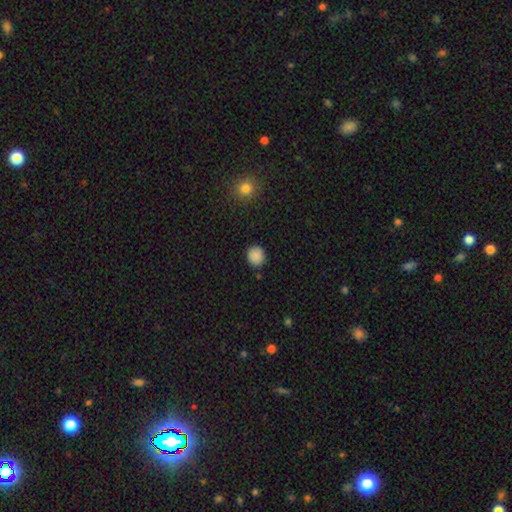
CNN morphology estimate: Q: Smooth or featured?
A: smooth (88%); runner-up: star or artifact (9%)
Q: How rounded?
A: round (83%); runner-up: in between (17%)
Q: Merging?
A: none (88%); runner-up: minor disturbance (8%)